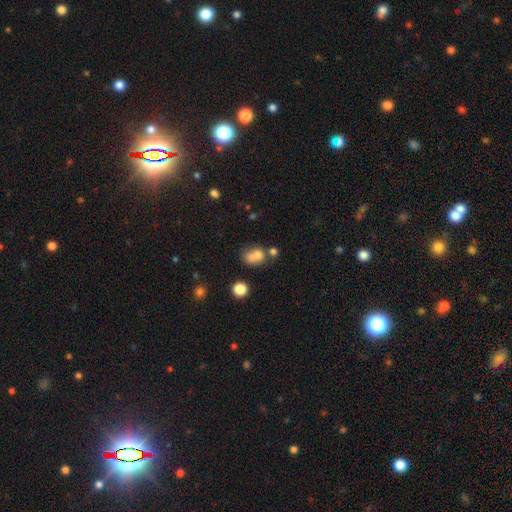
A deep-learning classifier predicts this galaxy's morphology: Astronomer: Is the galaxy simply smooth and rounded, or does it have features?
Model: smooth — 71%.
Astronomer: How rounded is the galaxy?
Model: round — 54% (runner-up: in between, 44%).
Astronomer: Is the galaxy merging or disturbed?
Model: merger — 47% (runner-up: none, 32%).